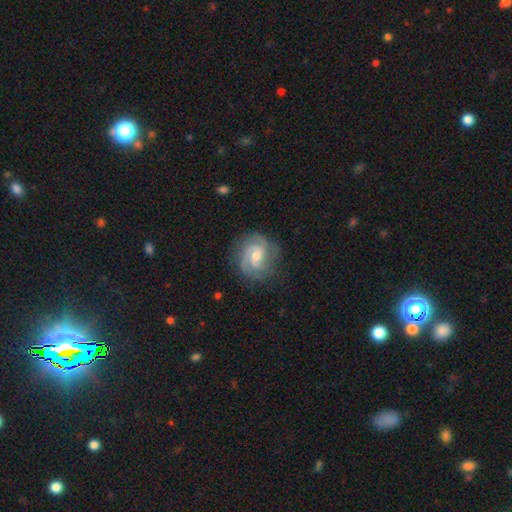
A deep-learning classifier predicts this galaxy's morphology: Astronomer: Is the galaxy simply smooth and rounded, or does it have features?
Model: featured or disk — 87%.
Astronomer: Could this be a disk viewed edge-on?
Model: no — 98%.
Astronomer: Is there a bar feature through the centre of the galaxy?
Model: no — 48% (runner-up: weak, 43%).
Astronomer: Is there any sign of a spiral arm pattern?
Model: yes — 98%.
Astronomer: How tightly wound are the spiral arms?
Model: tight — 50% (runner-up: medium, 42%).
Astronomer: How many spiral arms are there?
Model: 2 — 38%, tied with 3 at 38%.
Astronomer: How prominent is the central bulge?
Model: moderate — 56% (runner-up: small, 39%).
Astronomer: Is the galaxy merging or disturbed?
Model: none — 79%.